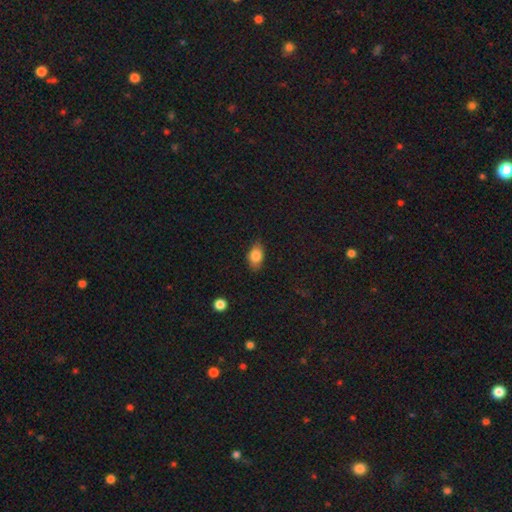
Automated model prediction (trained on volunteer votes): Smooth or featured? Predicted: smooth (p=0.81). How rounded? Predicted: in between (p=0.84). Merging? Predicted: none (p=0.79).